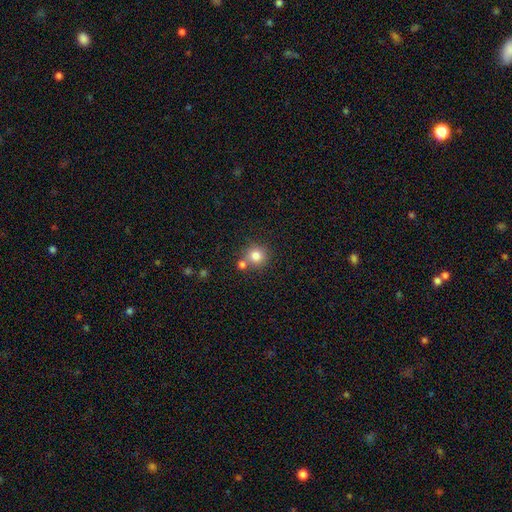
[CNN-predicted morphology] This appears to be a smooth galaxy with no disk features (80%) that is round (92%). Merging: none (65%).